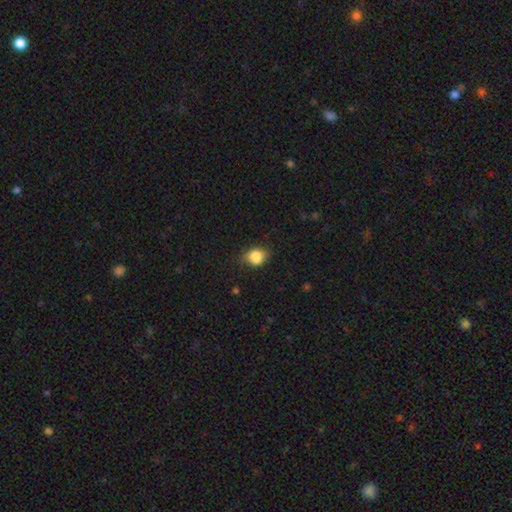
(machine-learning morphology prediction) smooth-or-featured: smooth: 82% | star or artifact: 9% | featured or disk: 8%
  how-rounded: round: 52% | in between: 47% | cigar-shaped: 1%
  merging: none: 57% | minor disturbance: 31% | major disturbance: 7% | merger: 5%